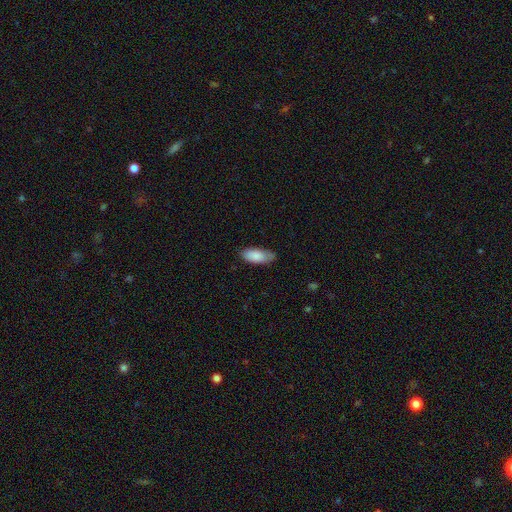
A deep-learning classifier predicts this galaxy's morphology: The model was most divided on "merging": none: 72%, minor disturbance: 23%, major disturbance: 4%, merger: 1%. More confident: smooth or featured — smooth (86%); how rounded — in between (85%).